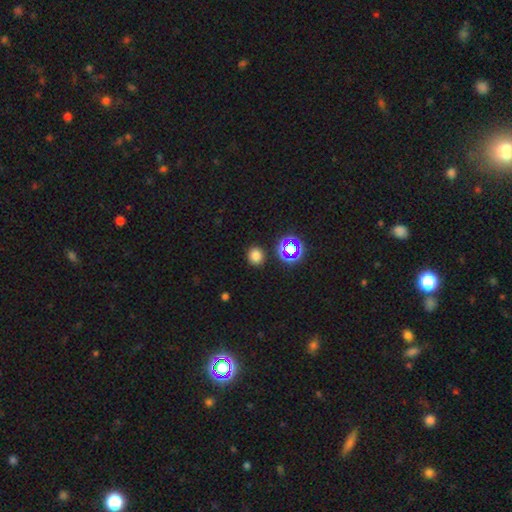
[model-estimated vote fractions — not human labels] Morphology: type=smooth (75%); roundness=round (82%); merging=none (88%).